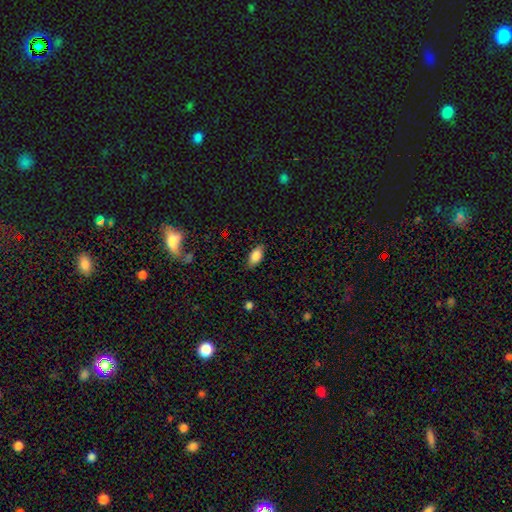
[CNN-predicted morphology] This appears to be a smooth galaxy with no disk features (85%) that is in between round and cigar-shaped (90%). Merging: none (84%).